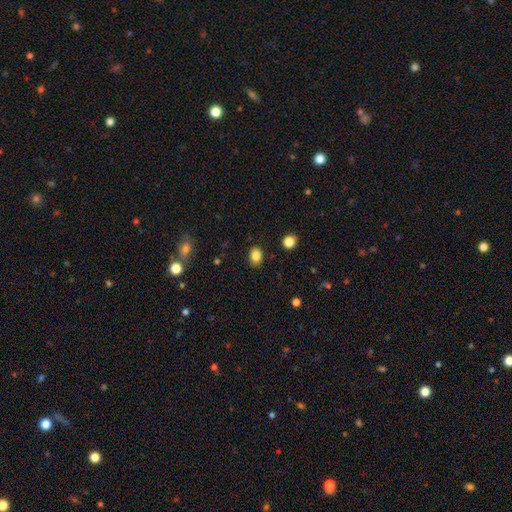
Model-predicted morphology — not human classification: type=smooth (85%); roundness=in between (69%); merging=none (85%).